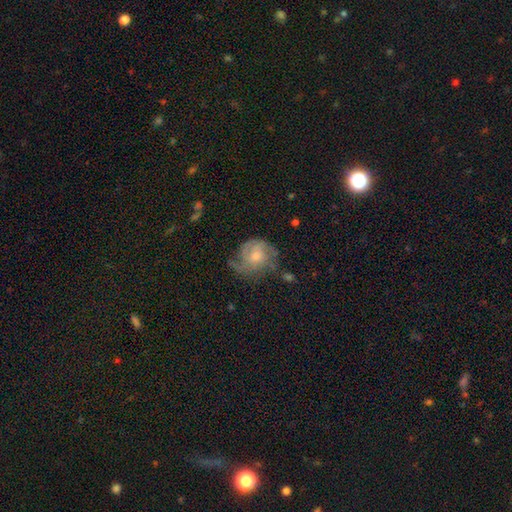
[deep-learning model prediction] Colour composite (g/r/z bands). It shows a featured or disk galaxy (68%) with no bar (74%), tight (46%) spiral arms (89%) and a moderate central bulge (59%). Merging: none (60%).